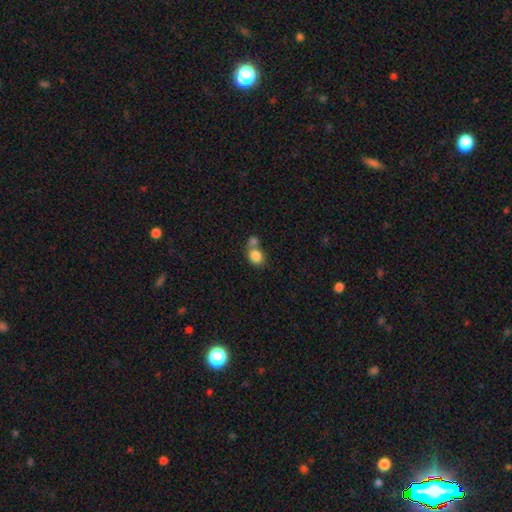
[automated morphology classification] smooth-or-featured: smooth: 84% | star or artifact: 9% | featured or disk: 8%
  how-rounded: round: 54% | in between: 45% | cigar-shaped: 1%
  merging: merger: 48% | none: 38% | minor disturbance: 10% | major disturbance: 4%